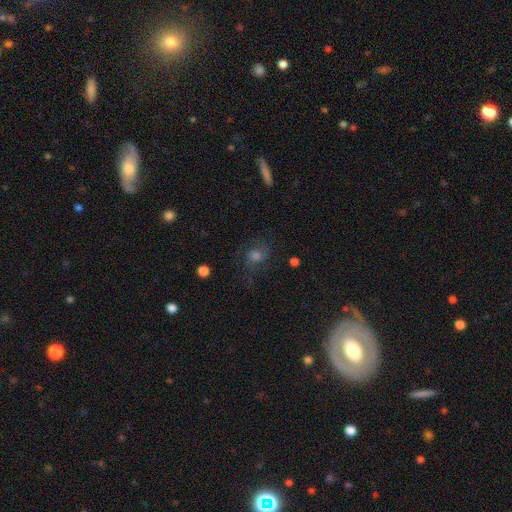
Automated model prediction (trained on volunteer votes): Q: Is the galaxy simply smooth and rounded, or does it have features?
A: featured or disk — 54%.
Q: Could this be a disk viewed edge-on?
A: no — 95%.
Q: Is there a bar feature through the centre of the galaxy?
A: no — 67%.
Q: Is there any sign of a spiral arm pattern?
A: yes — 88%.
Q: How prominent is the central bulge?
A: moderate — 46%.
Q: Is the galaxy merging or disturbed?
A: none — 66%.